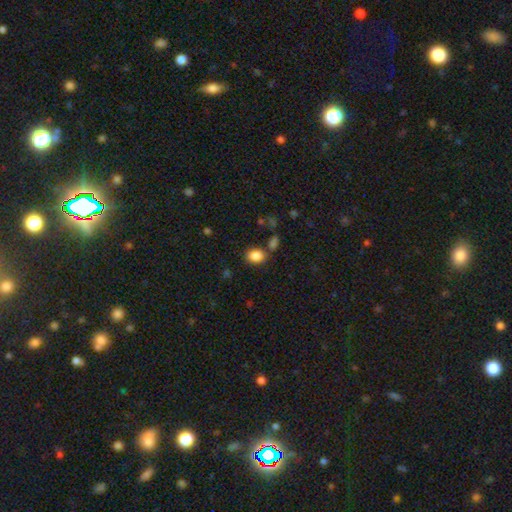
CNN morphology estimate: smooth 86%, star or artifact 9%, featured or disk 5%. Down the decision tree: how rounded — in between (64%); merging — none (73%).